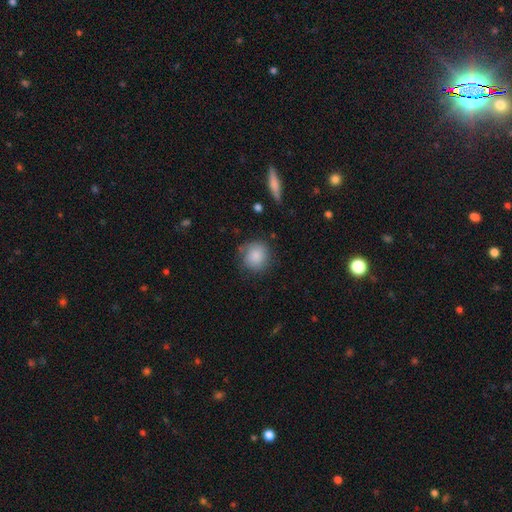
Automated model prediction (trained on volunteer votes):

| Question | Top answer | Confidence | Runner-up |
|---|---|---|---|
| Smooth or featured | smooth | 85% | featured or disk (8%) |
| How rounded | round | 89% | in between (10%) |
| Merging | none | 75% | minor disturbance (18%) |